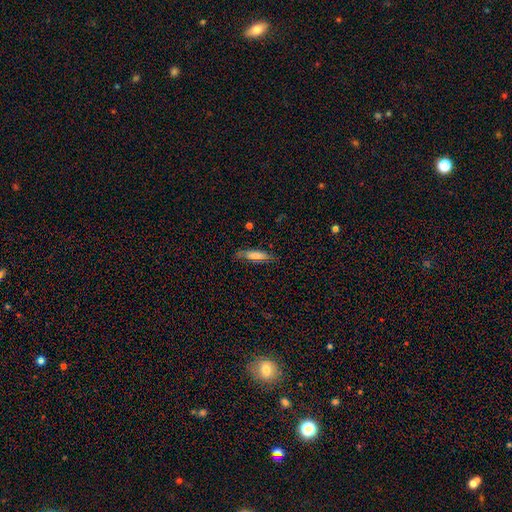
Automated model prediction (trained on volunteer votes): Overall: smooth (74%). How rounded: cigar-shaped (74%). Merging: none (74%).